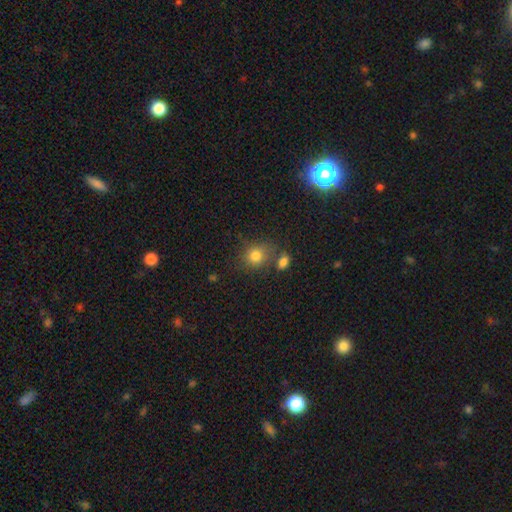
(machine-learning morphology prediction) The model was most divided on "how rounded": round: 68%, in between: 31%, cigar-shaped: 1%. More confident: smooth or featured — smooth (80%); merging — none (63%).